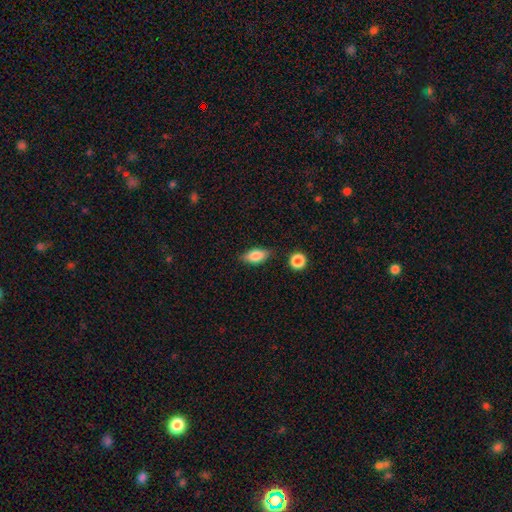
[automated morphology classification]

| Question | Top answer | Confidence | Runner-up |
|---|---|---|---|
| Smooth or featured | smooth | 80% | featured or disk (12%) |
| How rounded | in between | 84% | cigar-shaped (10%) |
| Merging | none | 78% | minor disturbance (15%) |